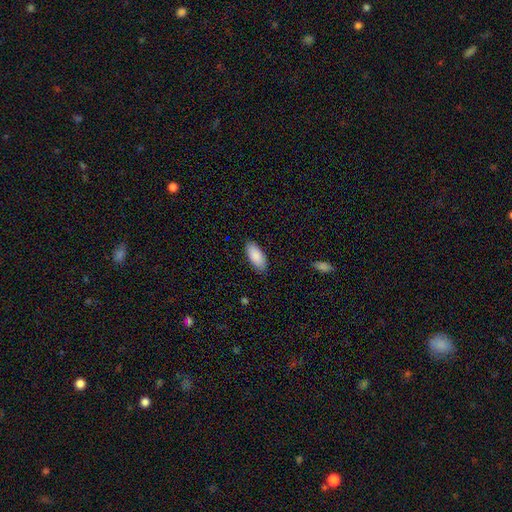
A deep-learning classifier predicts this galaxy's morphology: The model was most divided on "merging": none: 87%, minor disturbance: 10%, major disturbance: 2%, merger: 1%. More confident: how rounded — in between (90%); smooth or featured — smooth (90%).